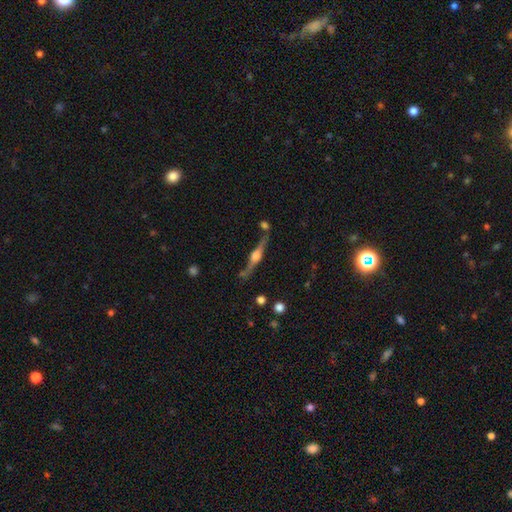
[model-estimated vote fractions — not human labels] The model was most divided on "merging": none: 75%, minor disturbance: 13%, merger: 7%, major disturbance: 4%. More confident: edge-on disk — yes (97%); edge-on bulge — rounded (88%); smooth or featured — featured or disk (80%).